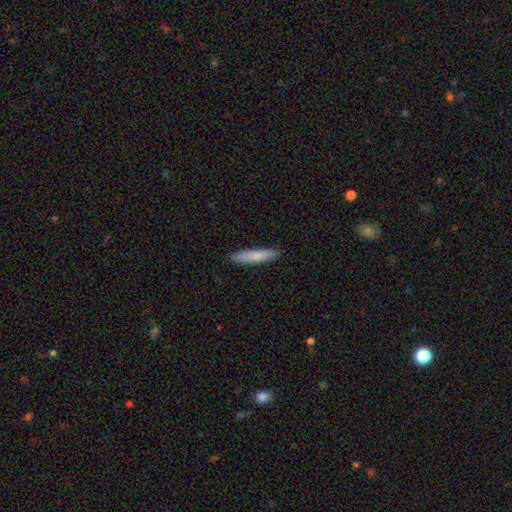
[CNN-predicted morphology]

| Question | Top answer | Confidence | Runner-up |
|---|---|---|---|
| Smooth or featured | smooth | 75% | featured or disk (20%) |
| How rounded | cigar-shaped | 87% | in between (12%) |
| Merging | none | 89% | minor disturbance (8%) |